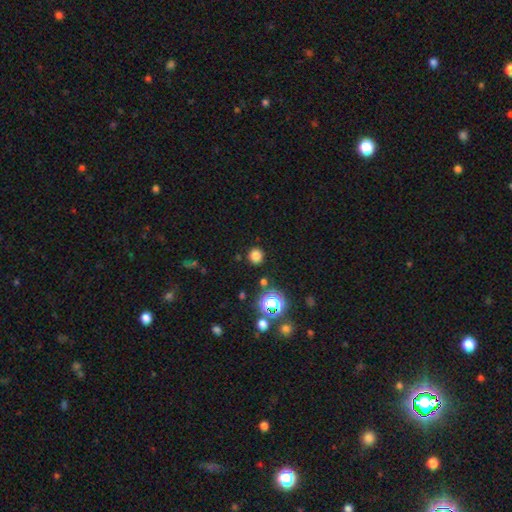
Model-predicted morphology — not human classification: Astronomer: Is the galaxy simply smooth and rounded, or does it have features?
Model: smooth — 77%.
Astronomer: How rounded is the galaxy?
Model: round — 90%.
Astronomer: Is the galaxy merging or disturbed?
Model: none — 88%.